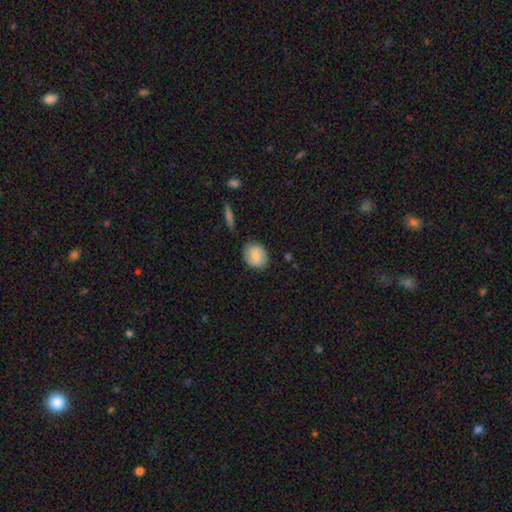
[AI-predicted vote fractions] Smooth or featured: smooth — 77% (featured or disk — 16%)
How rounded: round — 64% (in between — 34%)
Merging: none — 77% (minor disturbance — 17%)